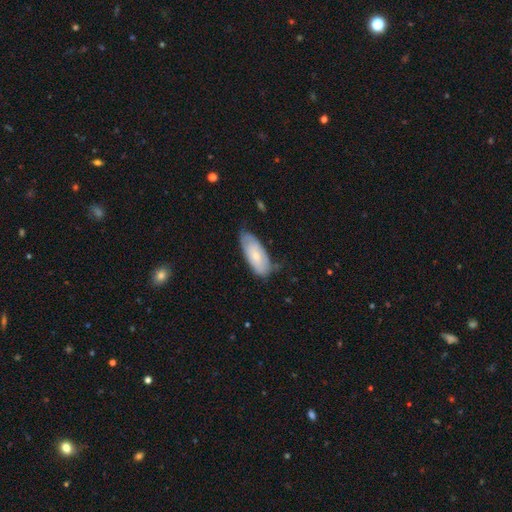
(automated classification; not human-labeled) Q: Smooth or featured?
A: smooth (64%); runner-up: featured or disk (30%)
Q: How rounded?
A: in between (83%); runner-up: cigar-shaped (15%)
Q: Merging?
A: none (60%); runner-up: minor disturbance (32%)